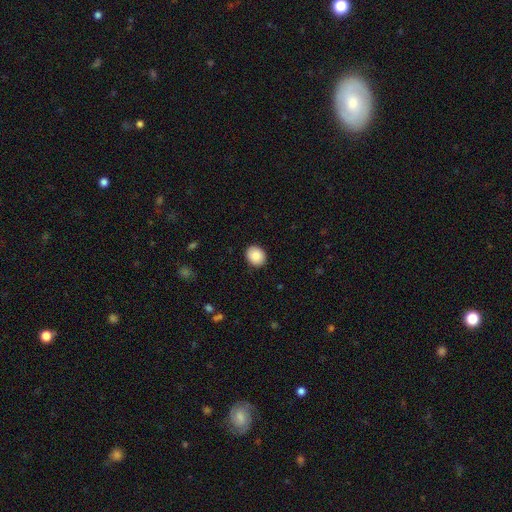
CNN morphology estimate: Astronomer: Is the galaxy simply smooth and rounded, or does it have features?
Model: smooth — 85%.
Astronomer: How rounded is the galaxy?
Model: round — 62% (runner-up: in between, 37%).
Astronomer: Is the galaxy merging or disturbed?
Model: none — 91%.